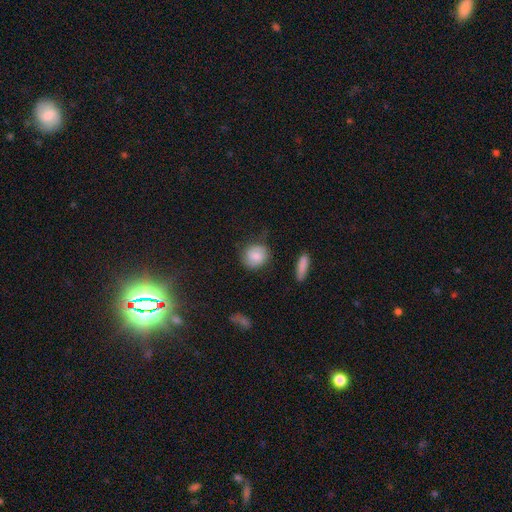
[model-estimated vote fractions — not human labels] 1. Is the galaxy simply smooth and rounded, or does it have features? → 74% smooth, 18% featured or disk, 8% star or artifact.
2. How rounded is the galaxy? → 76% round, 22% in between, 2% cigar-shaped.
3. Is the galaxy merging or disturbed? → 70% none, 21% minor disturbance, 6% major disturbance, 3% merger.